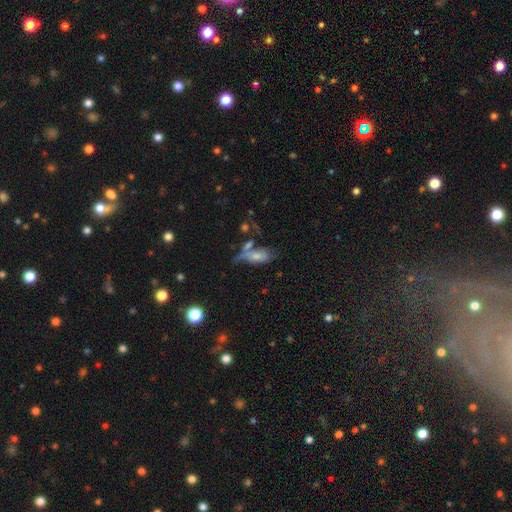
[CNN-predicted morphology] smooth_or_featured: smooth (p=0.59) [alt: featured or disk p=0.32]
how_rounded: in between (p=0.82) [alt: cigar-shaped p=0.14]
merging: none (p=0.29) [alt: merger p=0.28]